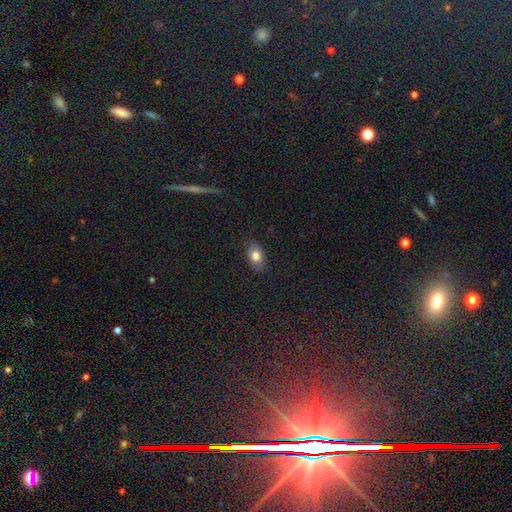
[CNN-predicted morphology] smooth 79%, featured or disk 12%, star or artifact 9%. Down the decision tree: how rounded — in between (85%); merging — none (84%).